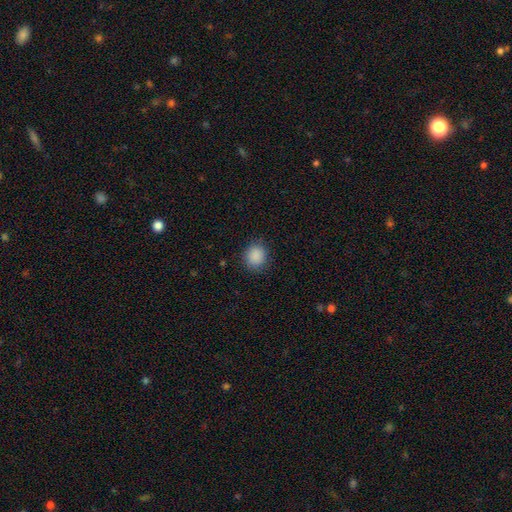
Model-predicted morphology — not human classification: type=smooth (88%); roundness=round (76%); merging=none (86%).